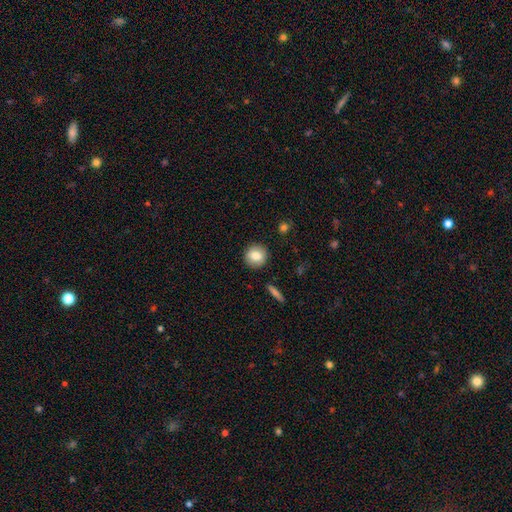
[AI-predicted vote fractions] Q: Smooth or featured?
A: smooth (82%); runner-up: featured or disk (10%)
Q: How rounded?
A: round (91%); runner-up: in between (8%)
Q: Merging?
A: none (91%); runner-up: minor disturbance (6%)